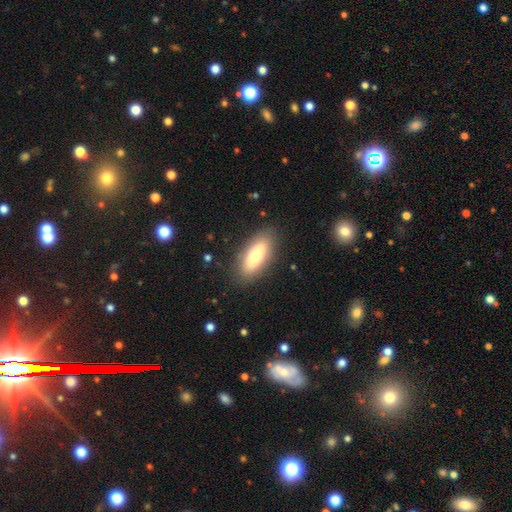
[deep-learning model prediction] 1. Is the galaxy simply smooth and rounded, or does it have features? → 70% smooth, 24% featured or disk, 6% star or artifact.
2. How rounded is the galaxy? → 81% in between, 17% cigar-shaped, 3% round.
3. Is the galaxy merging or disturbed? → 84% none, 11% minor disturbance, 3% major disturbance, 1% merger.